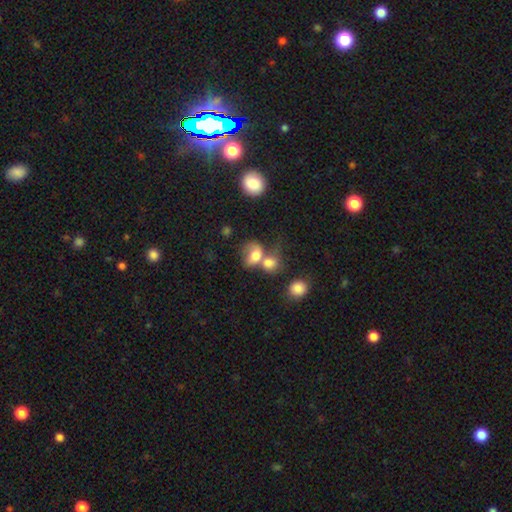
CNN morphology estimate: Overall: smooth (68%). How rounded: in between (61%; round 37%). Merging: merger (61%).